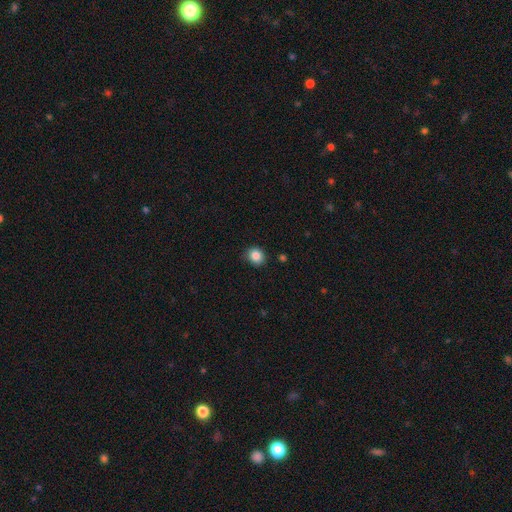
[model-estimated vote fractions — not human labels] The model was most divided on "how rounded": round: 78%, in between: 21%, cigar-shaped: 1%. More confident: smooth or featured — smooth (85%); merging — none (84%).